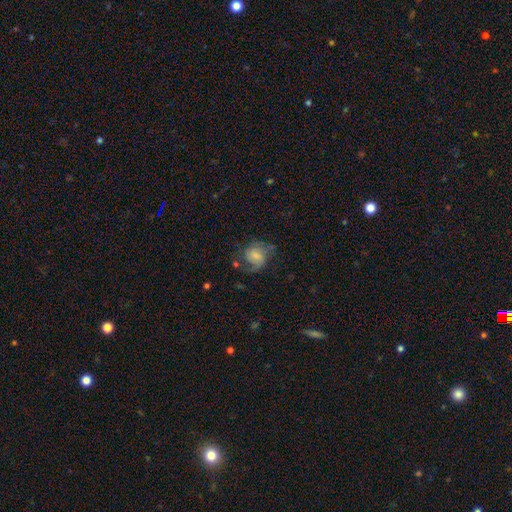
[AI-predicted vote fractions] This is possibly a featured or disk galaxy (52%). It is clearly not viewed edge-on (98%). Bar: marginally no (45%). Spiral arm pattern: clearly yes (85%). Central bulge: marginally small (33%). Merging: possibly none (49%).